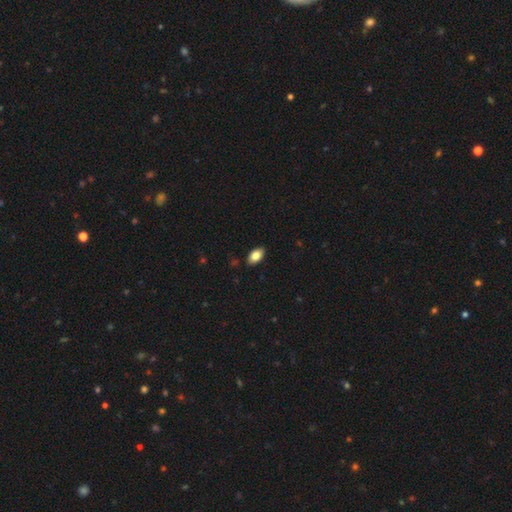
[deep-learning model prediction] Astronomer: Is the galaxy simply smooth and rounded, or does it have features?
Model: smooth — 82%.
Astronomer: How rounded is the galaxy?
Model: in between — 92%.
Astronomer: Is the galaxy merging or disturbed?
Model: none — 88%.